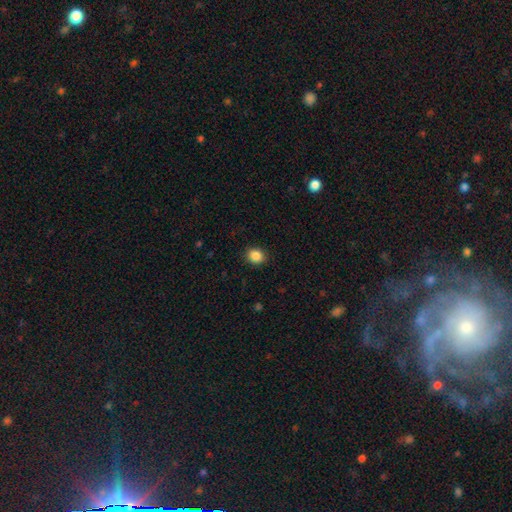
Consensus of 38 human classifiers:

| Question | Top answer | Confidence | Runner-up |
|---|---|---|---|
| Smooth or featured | smooth | 87% | featured or disk (8%) |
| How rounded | round | 70% | in between (30%) |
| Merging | none | 94% | major disturbance (3%) |